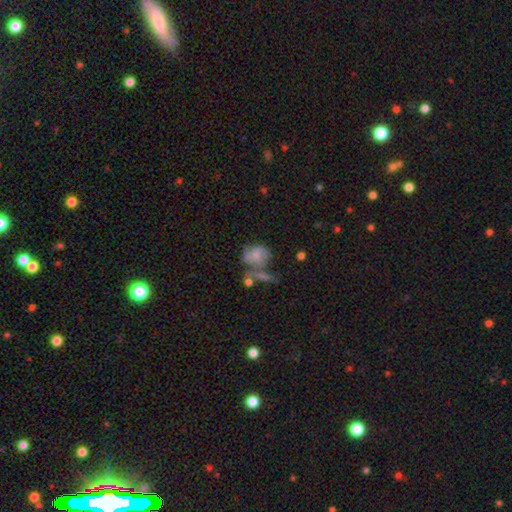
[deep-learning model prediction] smooth 65%, featured or disk 26%, star or artifact 10%. Down the decision tree: how rounded — in between (54%); merging — none (33%).